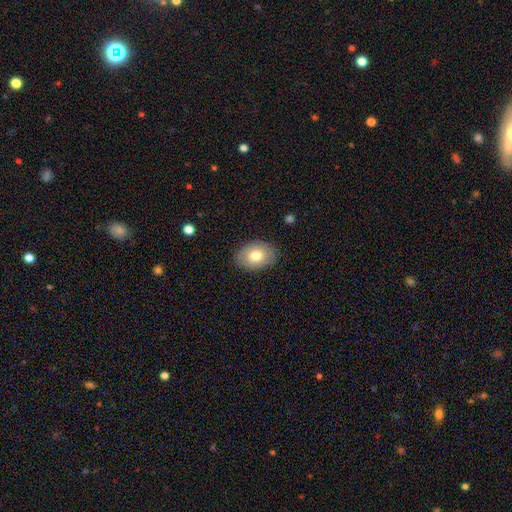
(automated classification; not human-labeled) A smooth galaxy with no disk features (74%) that is in between round and cigar-shaped (79%).

Vote fractions:
- Smooth or featured? smooth: 74% / featured or disk: 18% / star or artifact: 8%
- How rounded? in between: 79% / round: 20% / cigar-shaped: 1%
- Merging? none: 85% / minor disturbance: 11% / major disturbance: 3% / merger: 1%